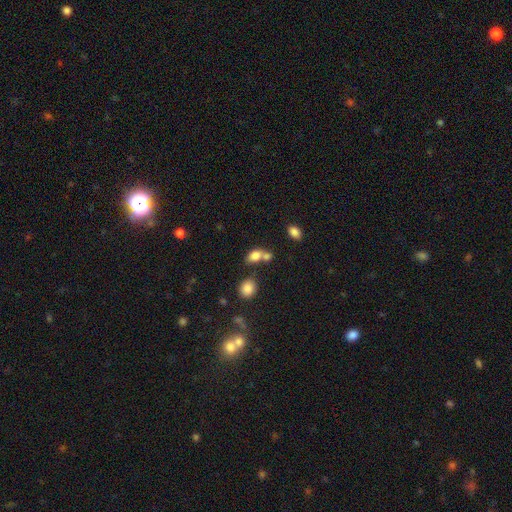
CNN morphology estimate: This appears to be a smooth galaxy with no disk features (79%) that is in between round and cigar-shaped (74%). Merging: merger (45%).